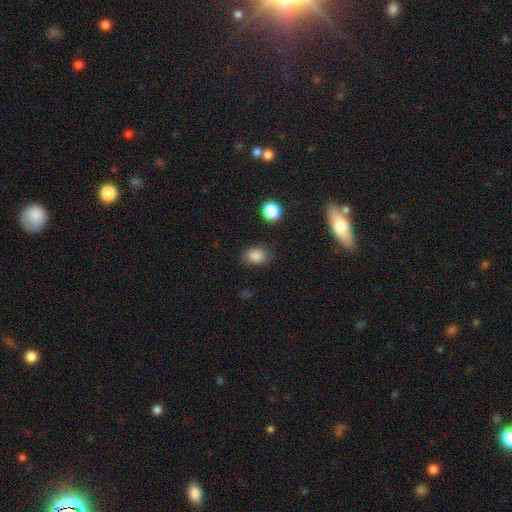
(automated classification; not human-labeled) smooth 84%, star or artifact 11%, featured or disk 4%. Down the decision tree: how rounded — in between (70%); merging — none (80%).